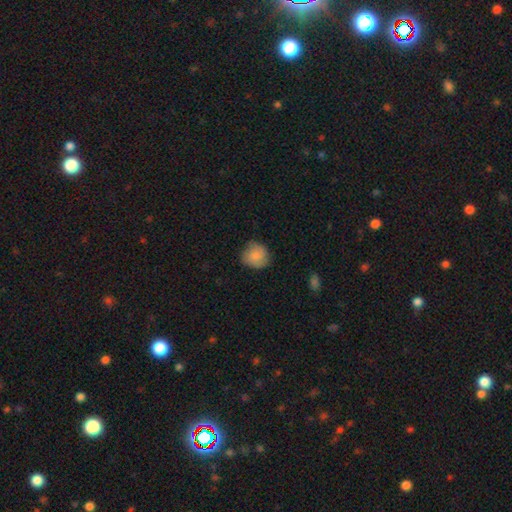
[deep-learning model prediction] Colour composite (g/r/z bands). It shows a smooth galaxy with no disk features (81%) that is round (83%). Merging: none (76%).